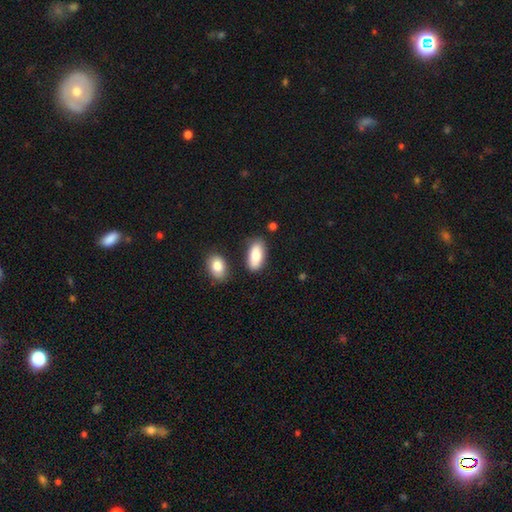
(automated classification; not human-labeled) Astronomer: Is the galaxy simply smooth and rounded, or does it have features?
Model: smooth — 85%.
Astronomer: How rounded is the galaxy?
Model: in between — 86%.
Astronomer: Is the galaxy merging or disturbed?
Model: none — 77%.